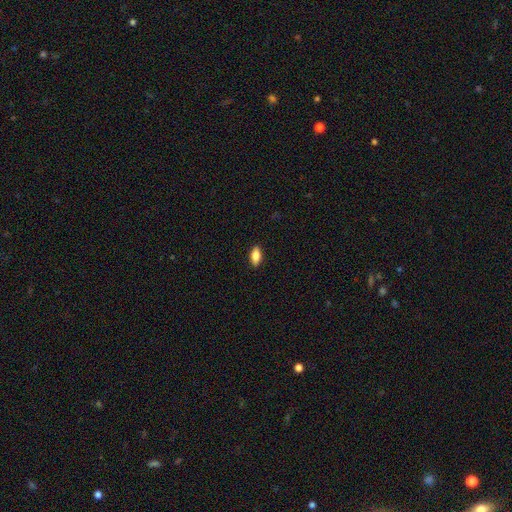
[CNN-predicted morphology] Q: Smooth or featured?
A: smooth (82%); runner-up: featured or disk (11%)
Q: How rounded?
A: in between (86%); runner-up: cigar-shaped (11%)
Q: Merging?
A: none (89%); runner-up: minor disturbance (8%)